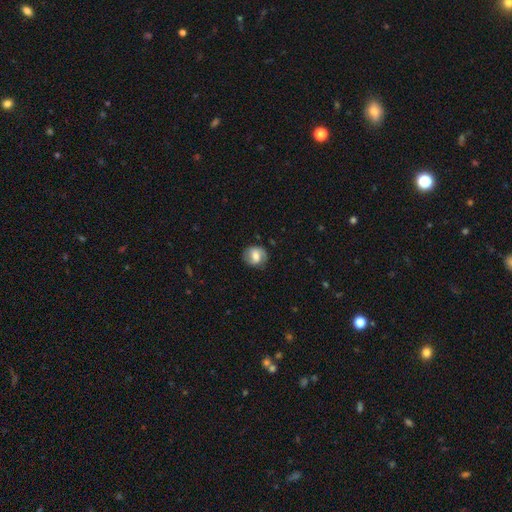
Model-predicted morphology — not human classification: Smooth or featured? smooth (55%)
How rounded? round (70%)
Merging? none (76%)